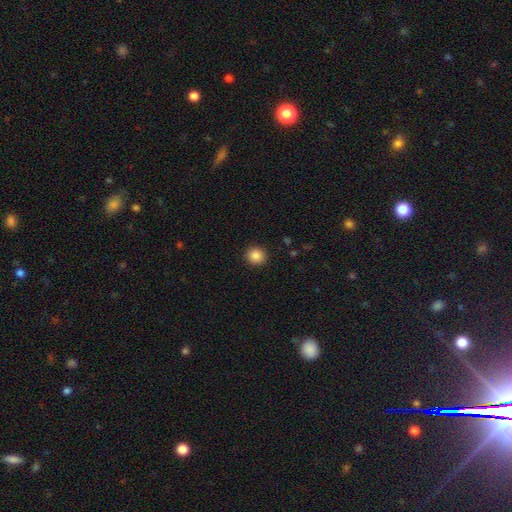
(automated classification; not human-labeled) smooth_or_featured: smooth (p=0.87) [alt: star or artifact p=0.09]
how_rounded: round (p=0.90) [alt: in between p=0.09]
merging: none (p=0.92) [alt: minor disturbance p=0.06]